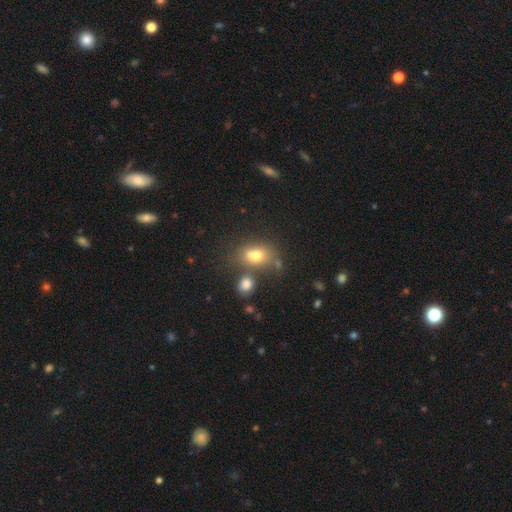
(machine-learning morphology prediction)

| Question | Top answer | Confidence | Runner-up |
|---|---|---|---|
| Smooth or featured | smooth | 73% | featured or disk (15%) |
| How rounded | in between | 69% | round (29%) |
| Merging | none | 52% | merger (25%) |